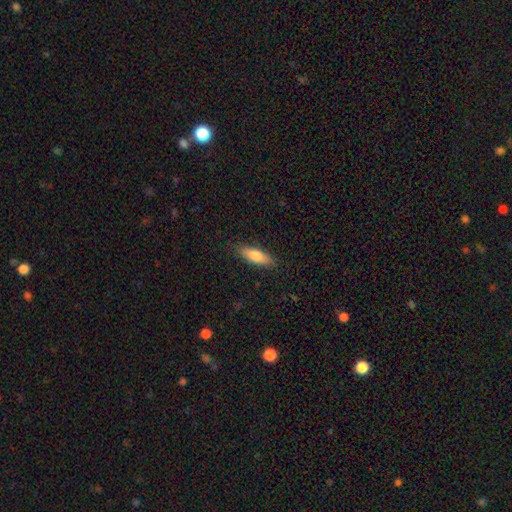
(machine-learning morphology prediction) smooth_or_featured: smooth (p=0.79) [alt: featured or disk p=0.15]
how_rounded: in between (p=0.58) [alt: cigar-shaped p=0.40]
merging: none (p=0.86) [alt: minor disturbance p=0.11]